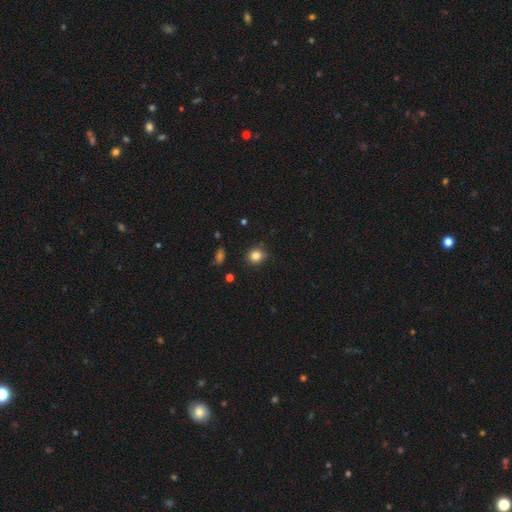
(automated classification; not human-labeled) This is clearly a smooth galaxy (83%). How rounded: likely round (79%). Merging: clearly none (83%).